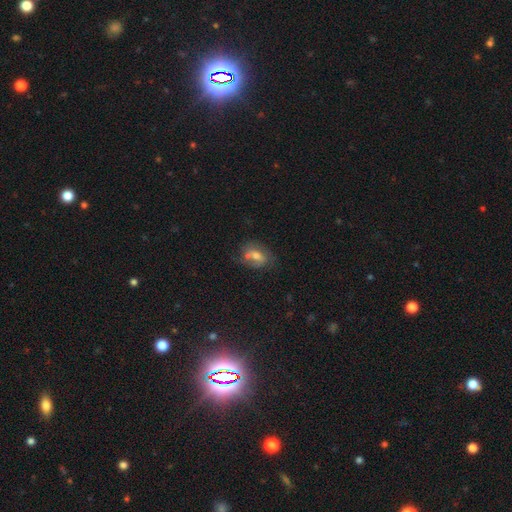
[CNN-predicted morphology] smooth_or_featured: featured or disk (p=0.44) [alt: smooth p=0.40]
merging: none (p=0.50) [alt: minor disturbance p=0.21]